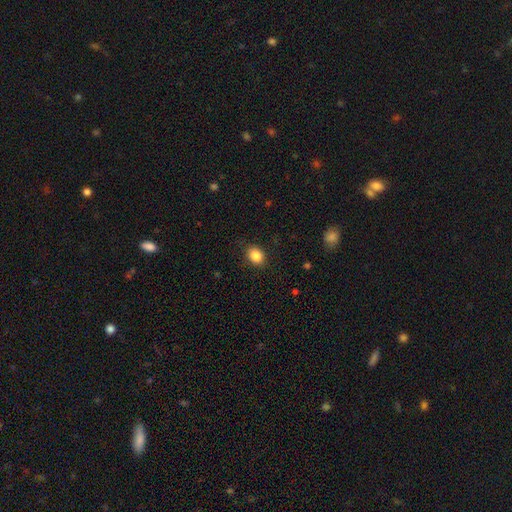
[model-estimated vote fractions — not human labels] The model was most divided on "how rounded": in between: 58%, round: 41%, cigar-shaped: 1%. More confident: merging — none (86%); smooth or featured — smooth (85%).